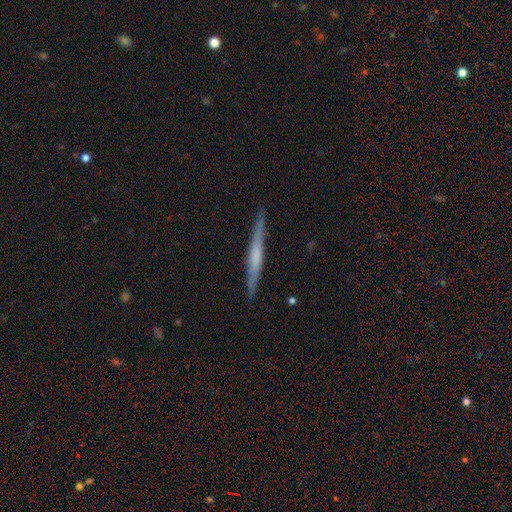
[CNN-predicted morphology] A featured or disk galaxy (57%) viewed edge-on (97%) with no central bulge (61%).

Vote fractions:
- Smooth or featured? featured or disk: 57% / smooth: 38% / star or artifact: 5%
- Edge-on disk? yes: 97% / no: 3%
- Edge-on bulge? none: 61% / rounded: 23% / boxy: 16%
- Merging? none: 91% / minor disturbance: 7% / major disturbance: 1% / merger: 1%